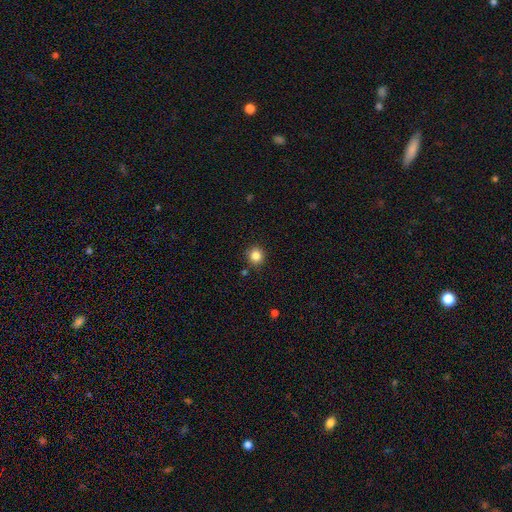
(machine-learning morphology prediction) type=smooth (84%); roundness=round (93%); merging=none (90%).